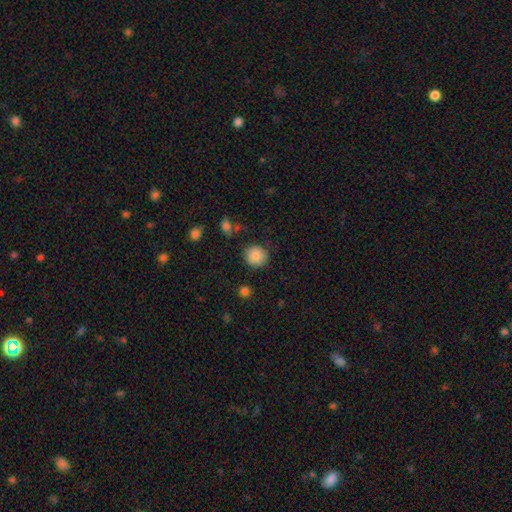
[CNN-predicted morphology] The model was most divided on "merging": none: 86%, minor disturbance: 9%, major disturbance: 3%, merger: 2%. More confident: how rounded — round (89%); smooth or featured — smooth (86%).